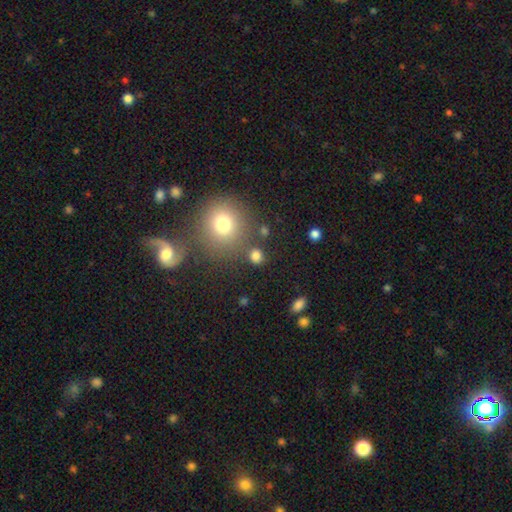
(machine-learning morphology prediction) This appears to be a smooth galaxy with no disk features (79%) that is round (80%). Merging: none (79%).